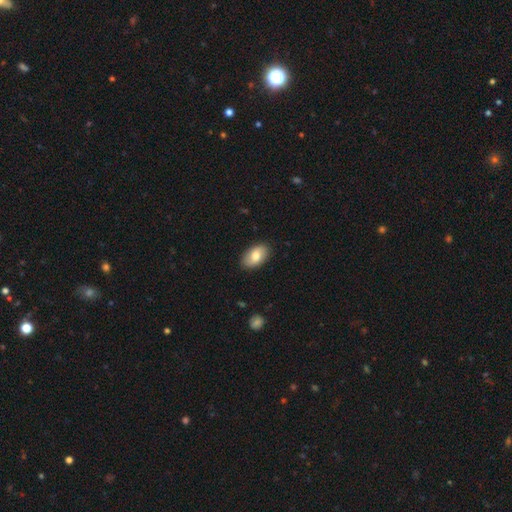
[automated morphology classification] This appears to be a smooth galaxy with no disk features (75%) that is in between round and cigar-shaped (93%). Merging: none (88%).